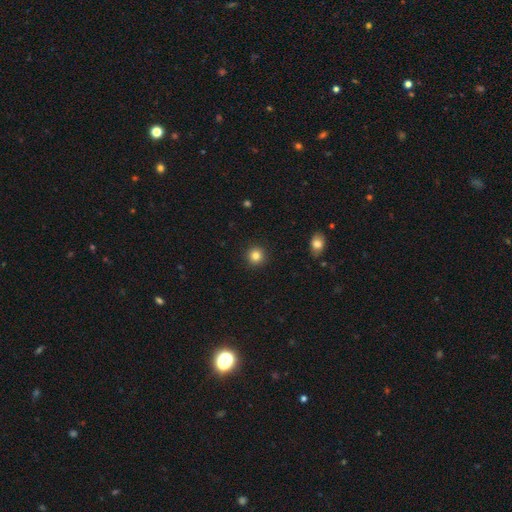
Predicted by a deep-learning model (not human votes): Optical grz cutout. It shows a smooth galaxy with no disk features (83%) that is round (93%). Merging: none (92%).